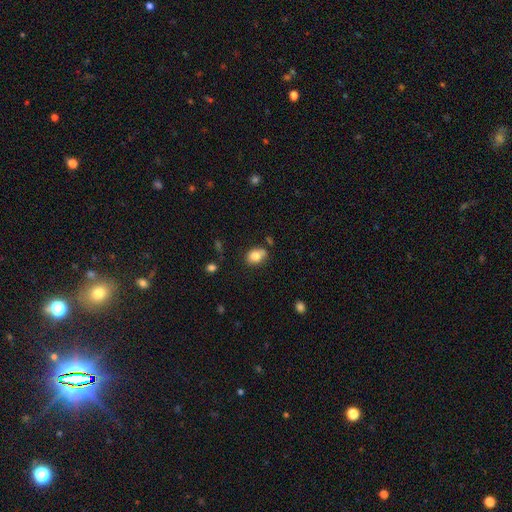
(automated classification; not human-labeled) Smooth or featured?
  - smooth: 80% *
  - featured or disk: 11%
  - star or artifact: 9%
How rounded?
  - in between: 65% *
  - round: 34%
  - cigar-shaped: 1%
Merging?
  - none: 68% *
  - minor disturbance: 20%
  - merger: 8%
  - major disturbance: 4%